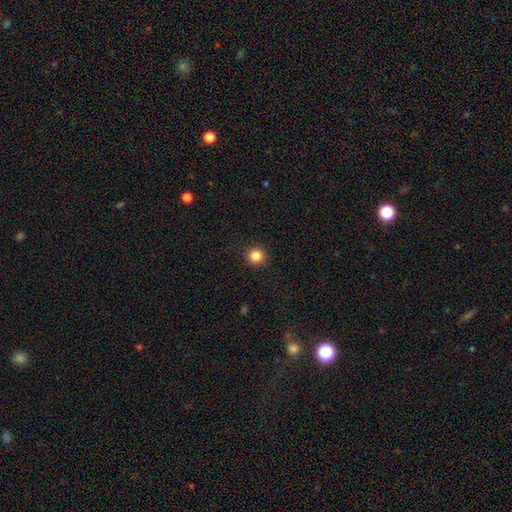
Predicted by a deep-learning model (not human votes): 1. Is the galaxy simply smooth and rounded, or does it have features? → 84% smooth, 11% star or artifact, 4% featured or disk.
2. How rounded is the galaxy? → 94% round, 5% in between, 1% cigar-shaped.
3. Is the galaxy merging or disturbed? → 91% none, 6% minor disturbance, 2% major disturbance, 1% merger.